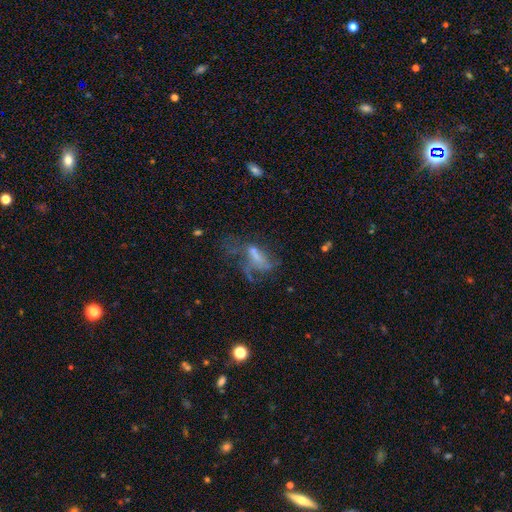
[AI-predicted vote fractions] Smooth or featured? featured or disk (52%)
Edge-on disk? no (91%)
Merging? major disturbance (44%)